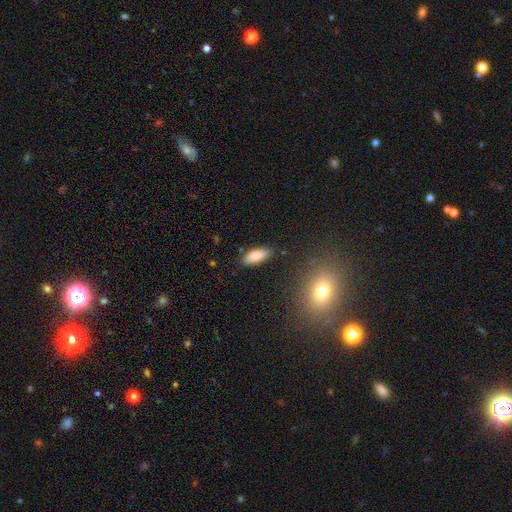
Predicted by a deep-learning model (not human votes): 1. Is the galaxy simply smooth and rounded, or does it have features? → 83% smooth, 10% featured or disk, 7% star or artifact.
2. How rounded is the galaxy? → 79% in between, 19% cigar-shaped, 2% round.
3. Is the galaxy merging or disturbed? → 84% none, 12% minor disturbance, 3% major disturbance, 2% merger.